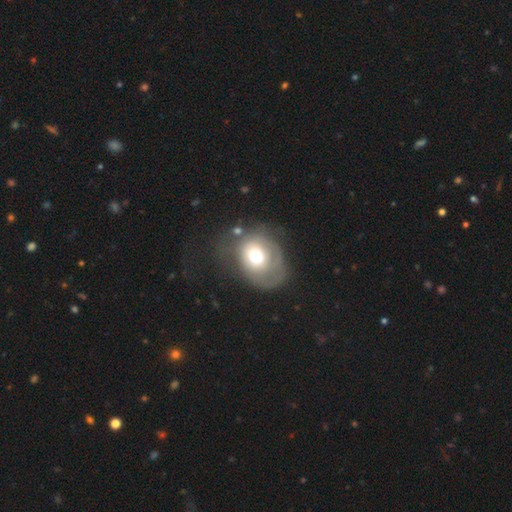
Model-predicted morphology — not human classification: The model was most divided on "how rounded": in between: 55%, round: 44%, cigar-shaped: 1%. Remaining: smooth or featured — smooth (54%); merging — none (40%).